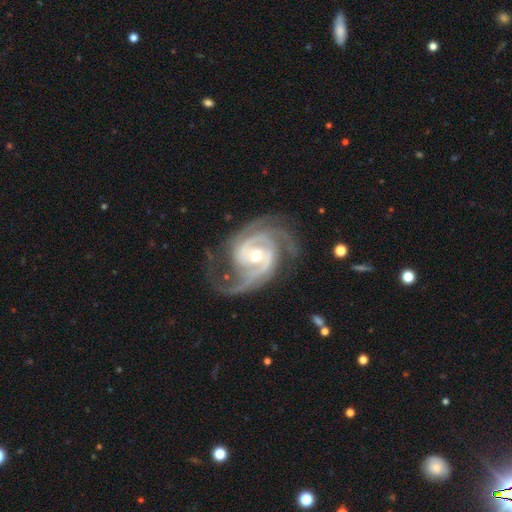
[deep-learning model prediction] featured or disk 94%, star or artifact 4%, smooth 3%. Down the decision tree: edge-on disk — no (98%); bar — weak (42%); spiral arms — yes (99%); spiral arm count — 2 (54%); spiral winding — medium (48%); bulge size — moderate (63%); merging — none (70%).